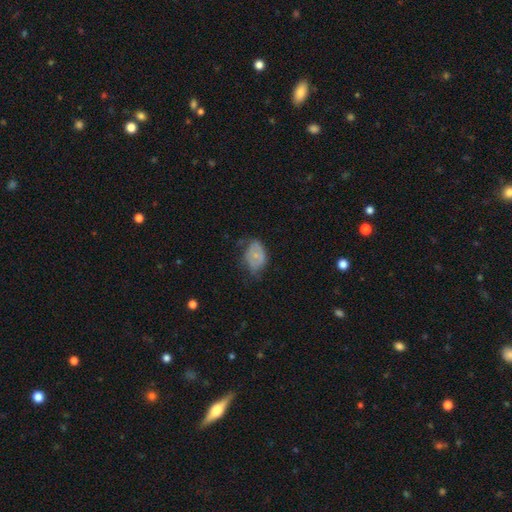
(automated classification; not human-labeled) smooth-or-featured: smooth: 60% | featured or disk: 32% | star or artifact: 8%
  how-rounded: in between: 80% | round: 19% | cigar-shaped: 1%
  merging: none: 43% | minor disturbance: 39% | major disturbance: 16% | merger: 2%